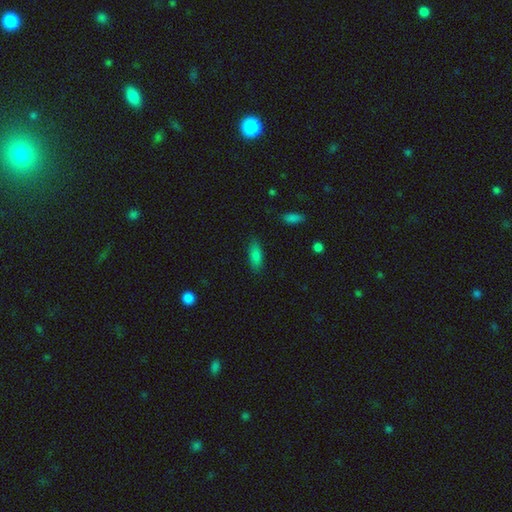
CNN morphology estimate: A smooth galaxy with no disk features (83%) that is in between round and cigar-shaped (71%). Merging: none (83%).